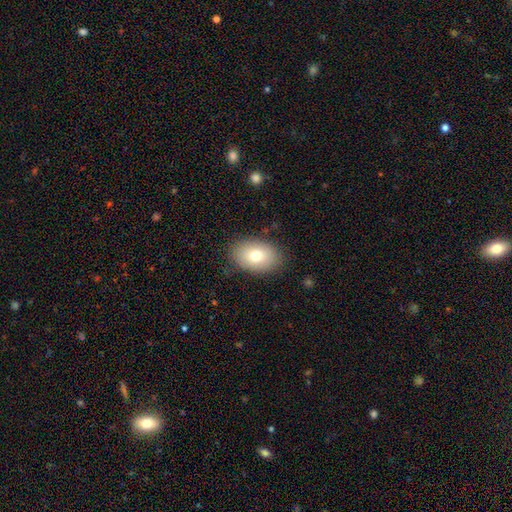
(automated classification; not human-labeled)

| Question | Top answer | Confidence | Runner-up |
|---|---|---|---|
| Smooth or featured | smooth | 74% | featured or disk (17%) |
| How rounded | in between | 83% | round (16%) |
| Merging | none | 84% | minor disturbance (11%) |